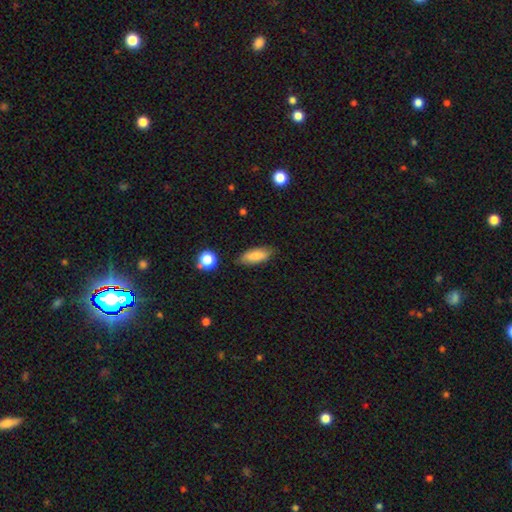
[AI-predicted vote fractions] A smooth galaxy with no disk features (80%) that is in between round and cigar-shaped (75%).

Vote fractions:
- Smooth or featured? smooth: 80% / featured or disk: 13% / star or artifact: 7%
- How rounded? in between: 75% / cigar-shaped: 22% / round: 3%
- Merging? none: 80% / minor disturbance: 15% / major disturbance: 3% / merger: 2%